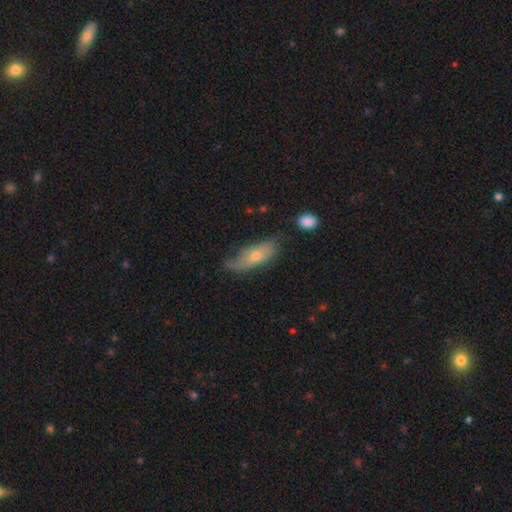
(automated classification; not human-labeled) Smooth or featured? smooth (48%)
Merging? none (52%)